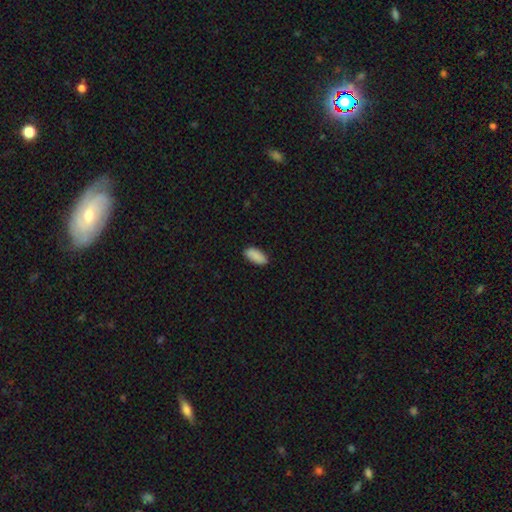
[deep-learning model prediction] Smooth or featured?
  - smooth: 89% *
  - star or artifact: 6%
  - featured or disk: 4%
How rounded?
  - in between: 87% *
  - cigar-shaped: 11%
  - round: 2%
Merging?
  - none: 87% *
  - minor disturbance: 10%
  - major disturbance: 2%
  - merger: 1%